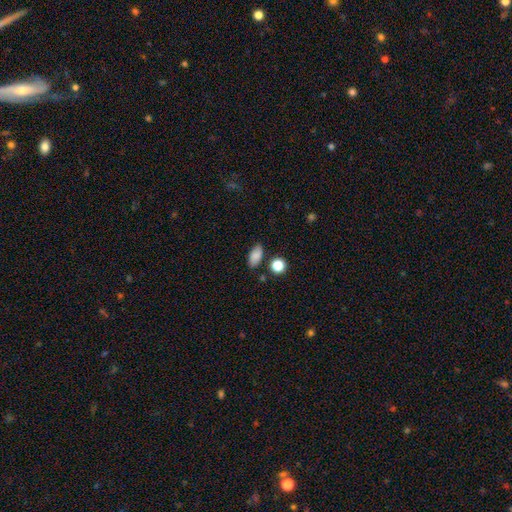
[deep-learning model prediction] smooth-or-featured: smooth: 84% | star or artifact: 9% | featured or disk: 7%
  how-rounded: in between: 88% | round: 8% | cigar-shaped: 5%
  merging: none: 79% | minor disturbance: 13% | merger: 5% | major disturbance: 3%